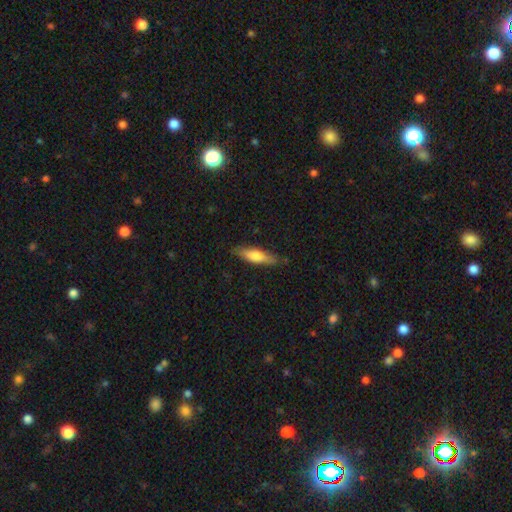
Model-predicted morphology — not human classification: Smooth or featured? Predicted: smooth (p=0.62). How rounded? Predicted: cigar-shaped (p=0.70). Merging? Predicted: none (p=0.83).